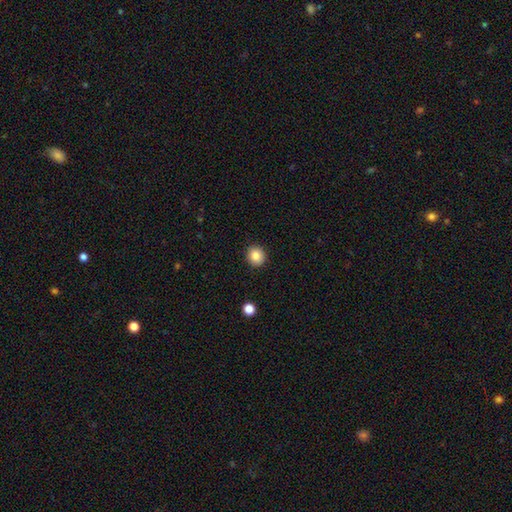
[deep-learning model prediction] The model was most divided on "how rounded": round: 85%, in between: 14%, cigar-shaped: 1%. More confident: merging — none (92%); smooth or featured — smooth (85%).